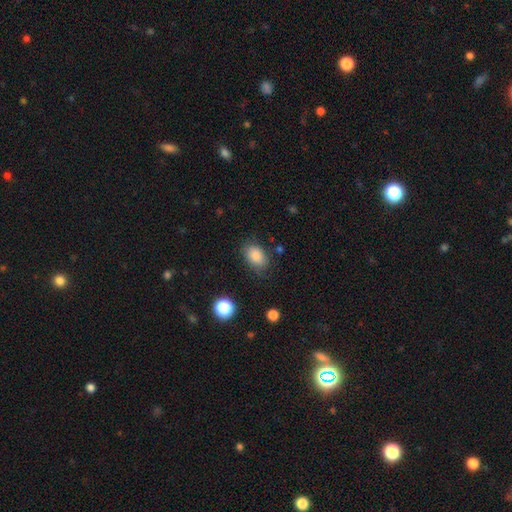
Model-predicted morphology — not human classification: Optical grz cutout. It shows a smooth galaxy with no disk features (86%) that is in between round and cigar-shaped (84%). Merging: none (77%).